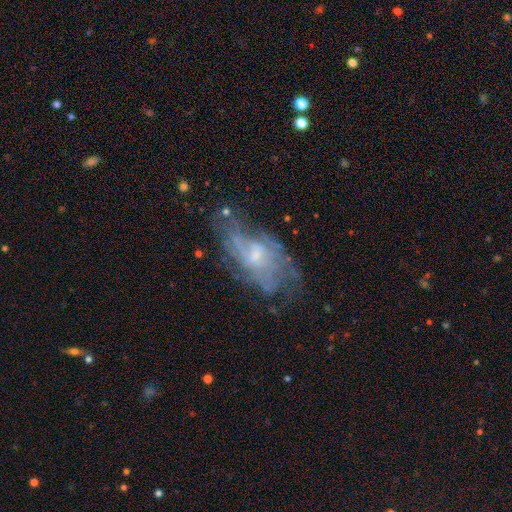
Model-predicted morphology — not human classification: Q: Smooth or featured?
A: featured or disk (73%); runner-up: smooth (18%)
Q: Edge-on disk?
A: no (94%); runner-up: yes (6%)
Q: Bar?
A: no (57%); runner-up: weak (37%)
Q: Spiral arms?
A: yes (75%); runner-up: no (25%)
Q: Spiral winding?
A: medium (39%); runner-up: tight (33%)
Q: Spiral arm count?
A: can't tell (52%); runner-up: 2 (18%)
Q: Bulge size?
A: small (56%); runner-up: moderate (28%)
Q: Merging?
A: none (55%); runner-up: minor disturbance (23%)